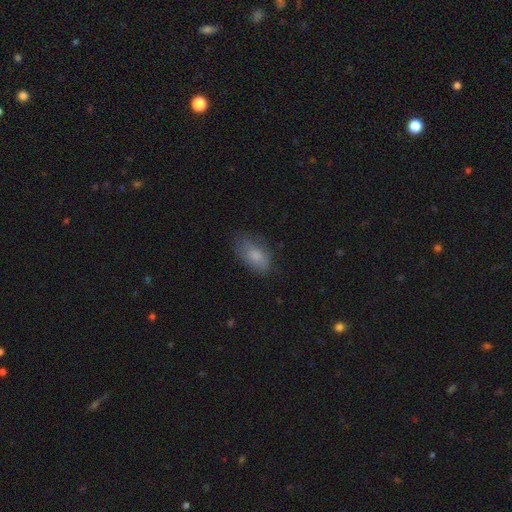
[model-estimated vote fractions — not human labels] The model was most divided on "merging": none: 62%, minor disturbance: 27%, major disturbance: 10%, merger: 1%. More confident: how rounded — in between (90%); smooth or featured — smooth (78%).